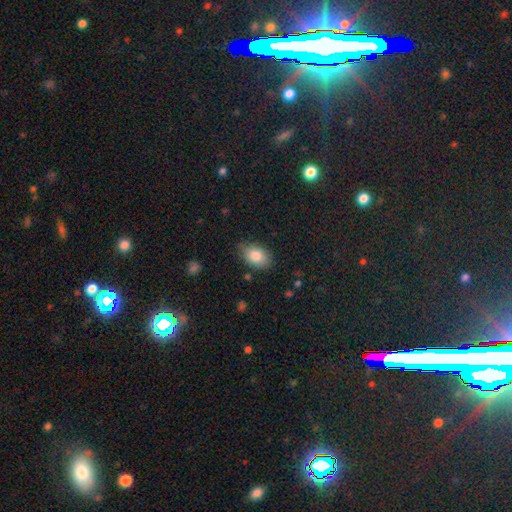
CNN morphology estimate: Smooth or featured? Predicted: smooth (p=0.84). How rounded? Predicted: in between (p=0.88). Merging? Predicted: none (p=0.77).